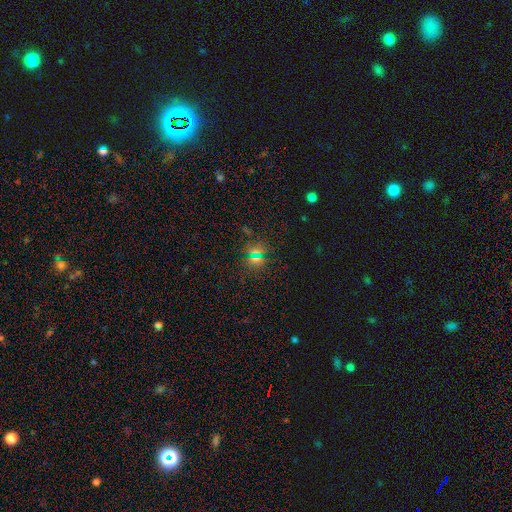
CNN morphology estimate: Smooth or featured? Predicted: star or artifact (p=0.47).